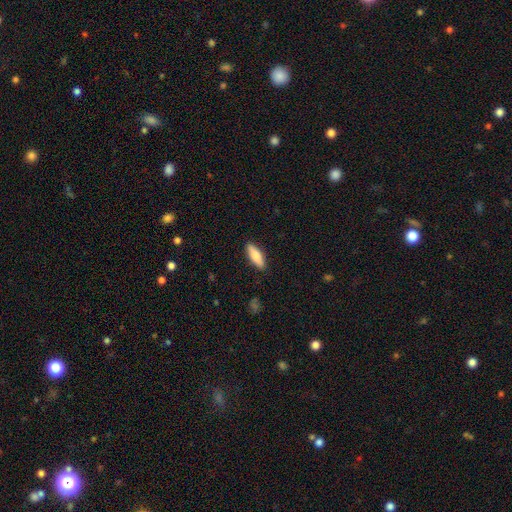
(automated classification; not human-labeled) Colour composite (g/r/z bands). It shows a smooth galaxy with no disk features (74%) that is in between round and cigar-shaped (52%). Merging: none (88%).